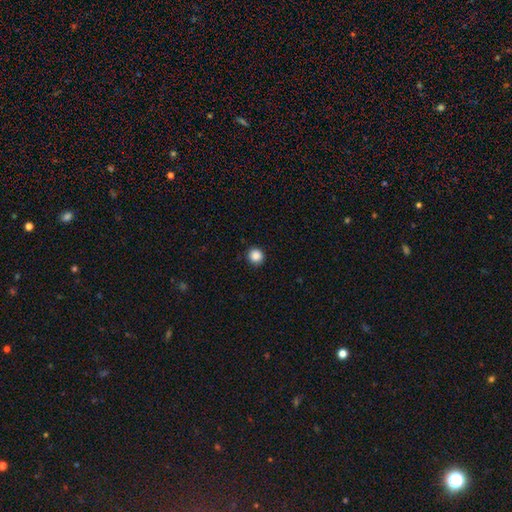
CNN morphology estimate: smooth 88%, star or artifact 10%, featured or disk 3%. Down the decision tree: how rounded — round (94%); merging — none (92%).